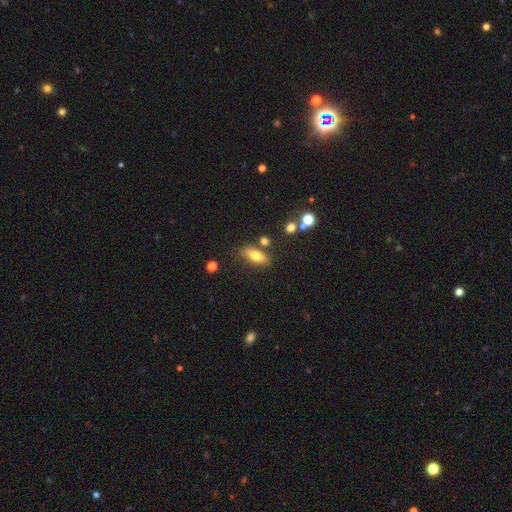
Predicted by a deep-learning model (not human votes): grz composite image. It shows a smooth galaxy with no disk features (72%) that is in between round and cigar-shaped (75%). Merging: none (76%).